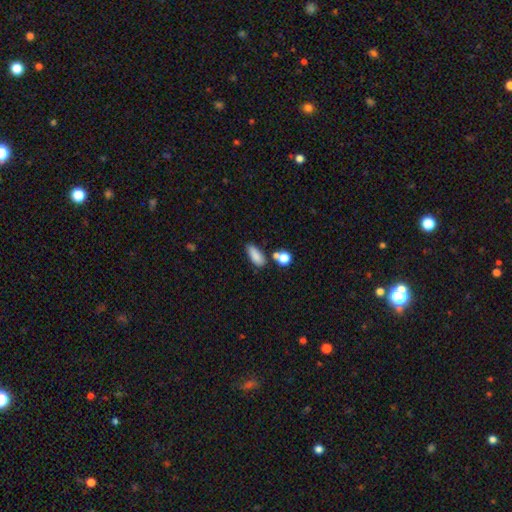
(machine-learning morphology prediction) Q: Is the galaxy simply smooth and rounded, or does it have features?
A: smooth — 84%.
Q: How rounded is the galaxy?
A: in between — 75%.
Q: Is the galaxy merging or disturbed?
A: none — 67%.